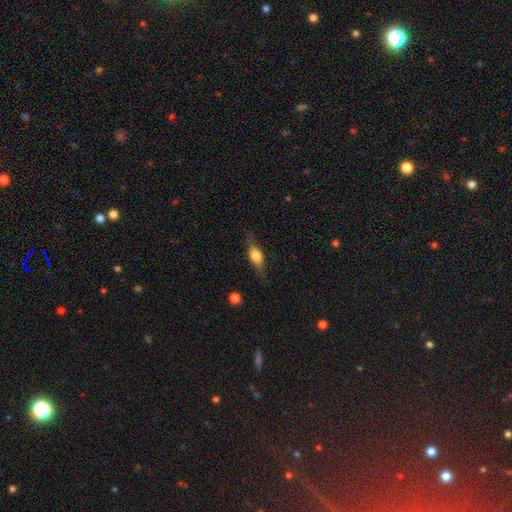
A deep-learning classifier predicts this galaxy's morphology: Smooth or featured? smooth (54%)
How rounded? in between (62%)
Merging? none (74%)